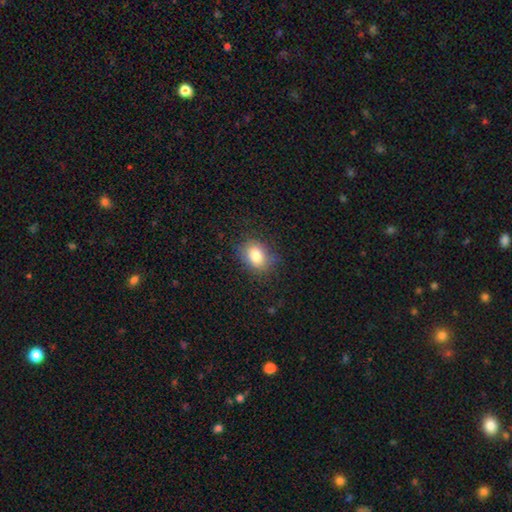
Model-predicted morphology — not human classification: smooth 83%, star or artifact 10%, featured or disk 8%. Down the decision tree: how rounded — in between (62%); merging — none (78%).